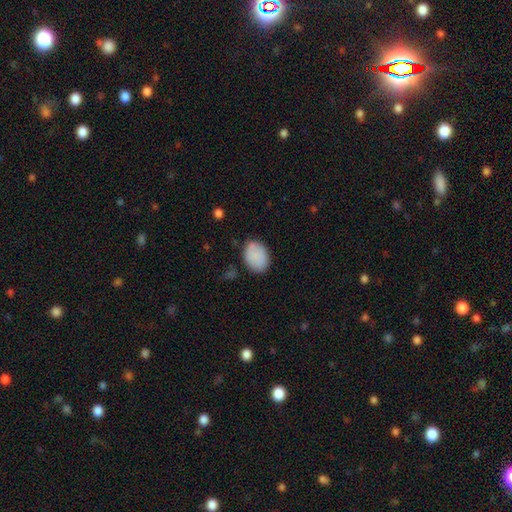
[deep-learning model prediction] A smooth galaxy with no disk features (86%) that is in between round and cigar-shaped (76%). Merging: none (79%).